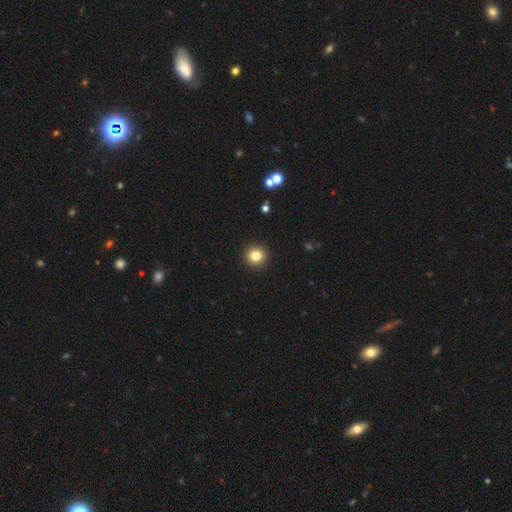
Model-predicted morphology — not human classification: smooth-or-featured: smooth: 82% | star or artifact: 12% | featured or disk: 6%
  how-rounded: round: 95% | in between: 4% | cigar-shaped: 1%
  merging: none: 93% | minor disturbance: 4% | major disturbance: 2% | merger: 1%